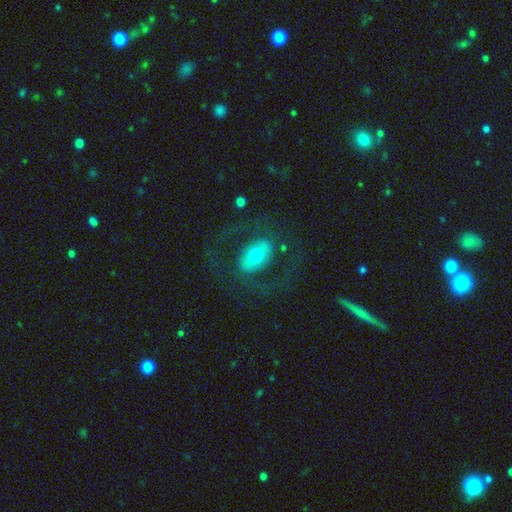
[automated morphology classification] smooth-or-featured: featured or disk: 53% | smooth: 40% | star or artifact: 8%
  disk-edge-on: no: 92% | yes: 8%
  merging: none: 70% | major disturbance: 16% | minor disturbance: 12% | merger: 2%